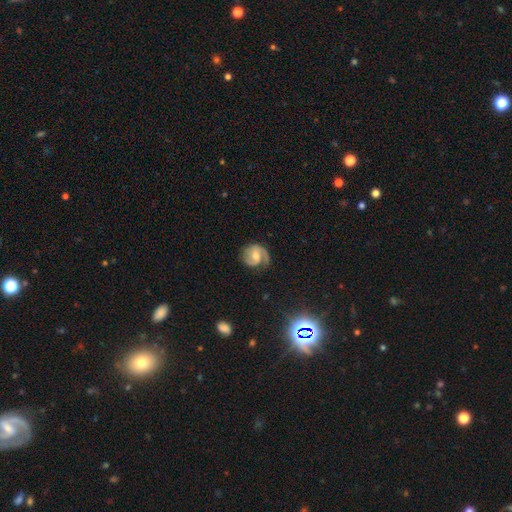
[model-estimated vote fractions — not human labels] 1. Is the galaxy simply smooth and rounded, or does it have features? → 78% featured or disk, 15% smooth, 7% star or artifact.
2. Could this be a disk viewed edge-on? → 98% no, 2% yes.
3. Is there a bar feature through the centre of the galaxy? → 46% no, 43% weak, 12% strong.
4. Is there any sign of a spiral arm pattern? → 94% yes, 6% no.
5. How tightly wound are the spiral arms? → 44% medium, 39% tight, 17% loose.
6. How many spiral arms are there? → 62% 2, 29% 1, 6% can't tell, 2% 3, 1% 4, 1% more than 4.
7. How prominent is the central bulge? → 63% moderate, 30% small, 4% large, 2% none, 1% dominant.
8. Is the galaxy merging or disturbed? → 70% none, 19% minor disturbance, 9% major disturbance, 1% merger.